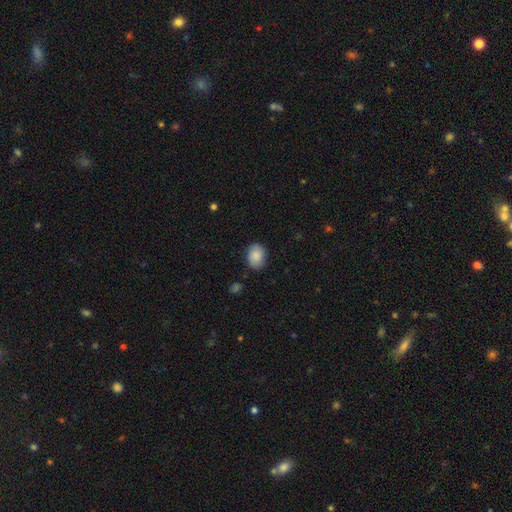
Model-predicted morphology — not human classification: smooth_or_featured: smooth (p=0.82) [alt: featured or disk p=0.10]
how_rounded: in between (p=0.60) [alt: round p=0.39]
merging: none (p=0.82) [alt: minor disturbance p=0.14]